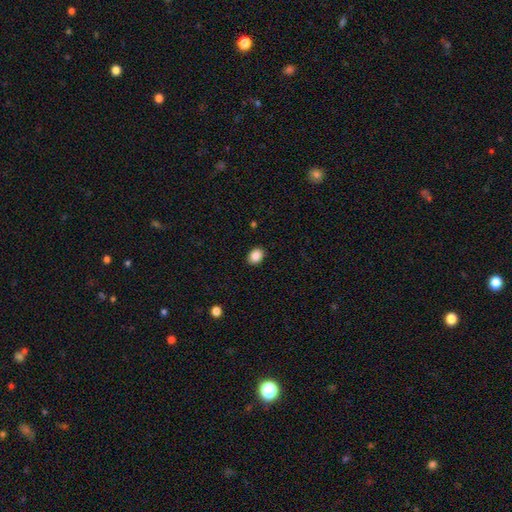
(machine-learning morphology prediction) smooth 88%, star or artifact 8%, featured or disk 4%. Down the decision tree: how rounded — in between (63%); merging — none (91%).